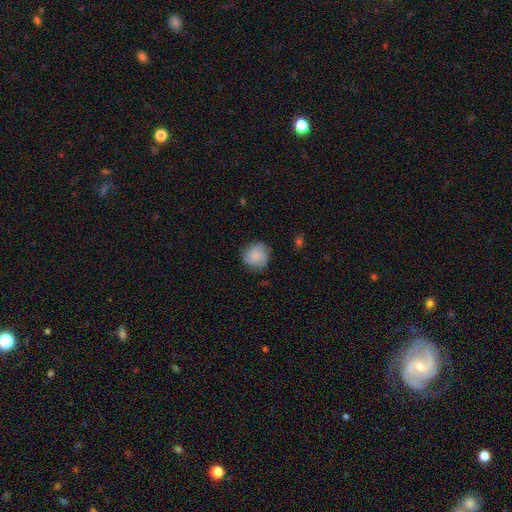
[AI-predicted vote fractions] The model was most divided on "smooth or featured": smooth: 54%, featured or disk: 38%, star or artifact: 8%. More confident: how rounded — round (85%); merging — none (76%).